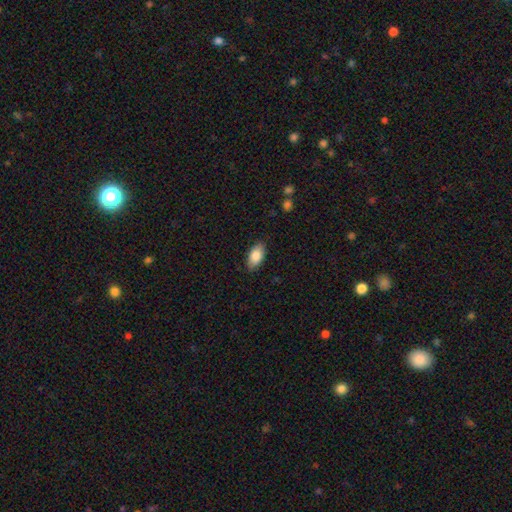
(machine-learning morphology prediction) smooth-or-featured: smooth: 85% | featured or disk: 9% | star or artifact: 6%
  how-rounded: in between: 92% | cigar-shaped: 4% | round: 3%
  merging: none: 86% | minor disturbance: 11% | major disturbance: 2% | merger: 1%